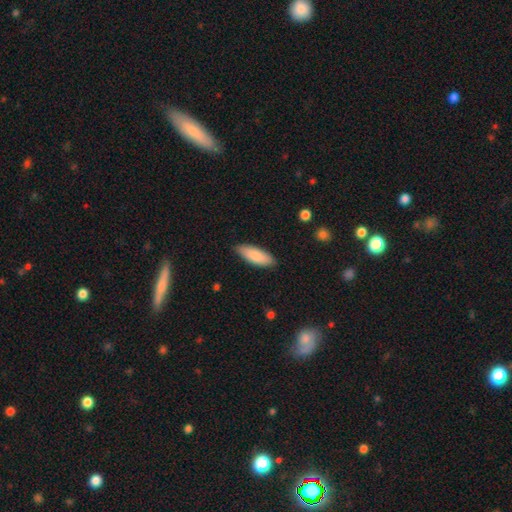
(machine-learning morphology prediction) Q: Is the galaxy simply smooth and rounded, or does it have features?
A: smooth — 85%.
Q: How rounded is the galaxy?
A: in between — 71%.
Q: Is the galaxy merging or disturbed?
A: none — 83%.